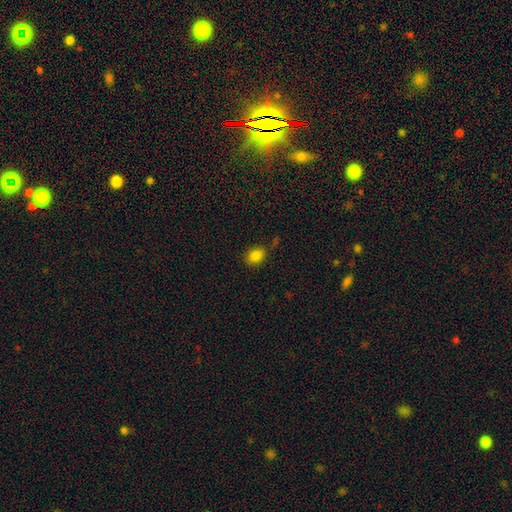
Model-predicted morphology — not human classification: The model was most divided on "how rounded": in between: 61%, round: 38%, cigar-shaped: 1%. More confident: smooth or featured — smooth (83%); merging — none (76%).